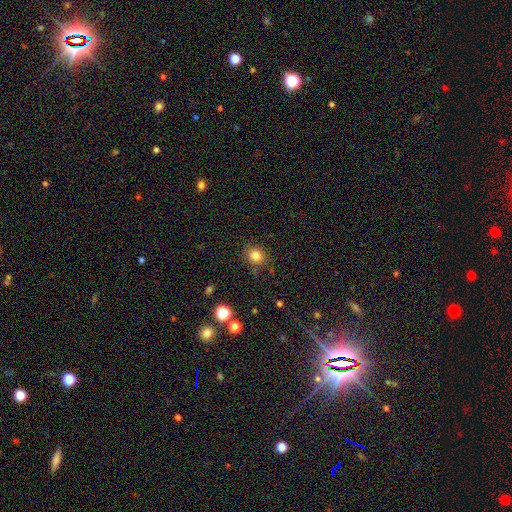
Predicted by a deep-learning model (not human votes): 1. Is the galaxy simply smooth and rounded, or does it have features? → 81% smooth, 13% star or artifact, 7% featured or disk.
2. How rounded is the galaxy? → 74% round, 25% in between, 1% cigar-shaped.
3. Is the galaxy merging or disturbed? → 82% none, 12% minor disturbance, 3% major disturbance, 2% merger.